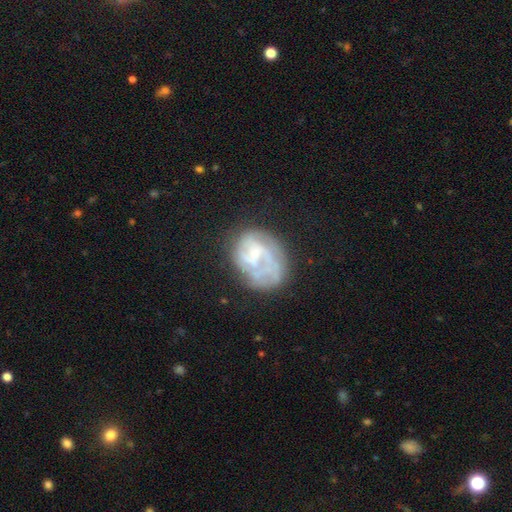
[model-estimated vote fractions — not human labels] Smooth or featured: featured or disk — 65% (smooth — 26%)
Edge-on disk: no — 98% (yes — 2%)
Bar: no — 61% (weak — 32%)
Spiral arms: yes — 62% (no — 38%)
Bulge size: small — 39% (none — 36%)
Merging: none — 50% (minor disturbance — 24%)